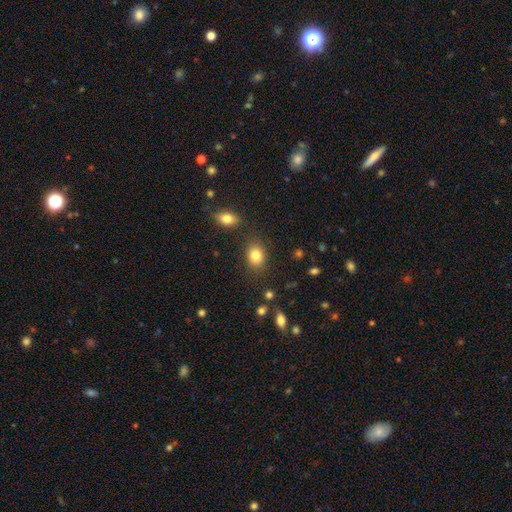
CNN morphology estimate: This appears to be a smooth galaxy with no disk features (83%) that is in between round and cigar-shaped (66%). Merging: none (80%).